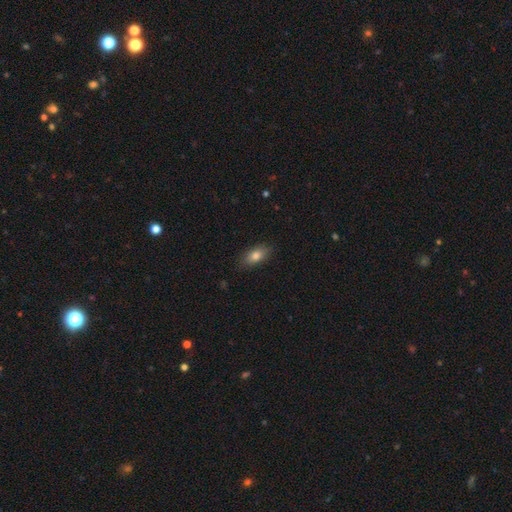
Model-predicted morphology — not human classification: type=smooth (80%); roundness=in between (86%); merging=none (84%).